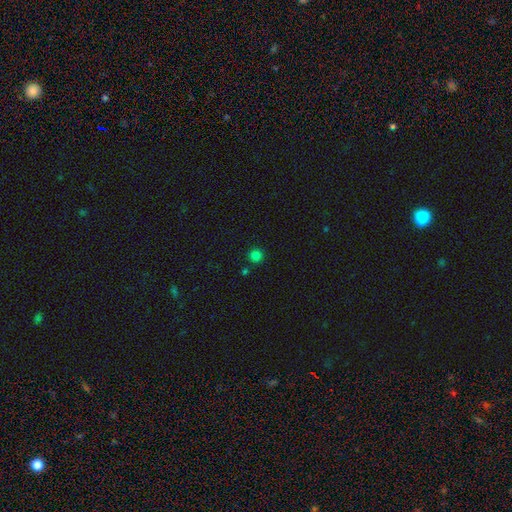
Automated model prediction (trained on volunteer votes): Q: Smooth or featured?
A: smooth (79%); runner-up: star or artifact (17%)
Q: How rounded?
A: round (95%); runner-up: in between (4%)
Q: Merging?
A: none (88%); runner-up: minor disturbance (6%)